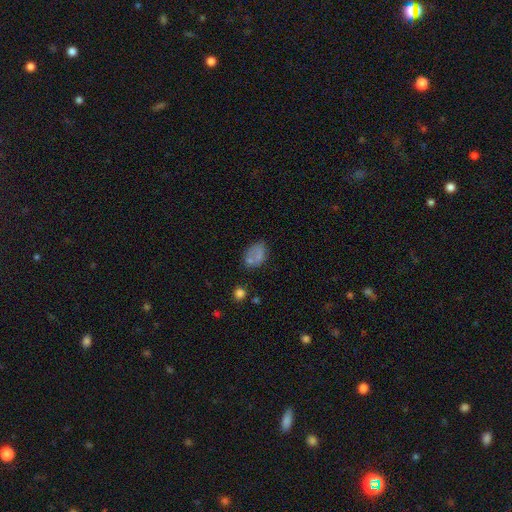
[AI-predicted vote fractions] Smooth or featured? smooth (69%)
How rounded? in between (75%)
Merging? none (48%)